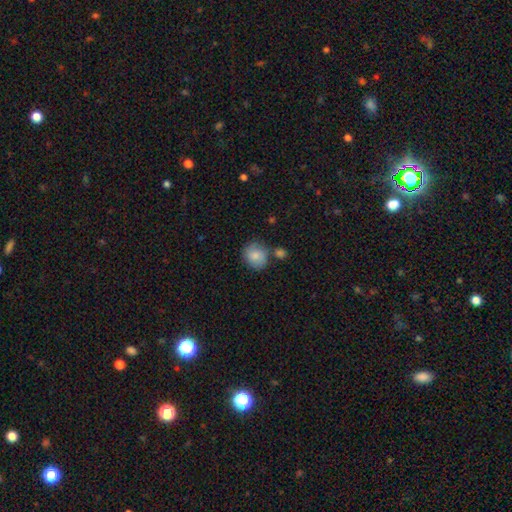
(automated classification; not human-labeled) Morphology: type=smooth (80%); roundness=round (77%); merging=none (64%).